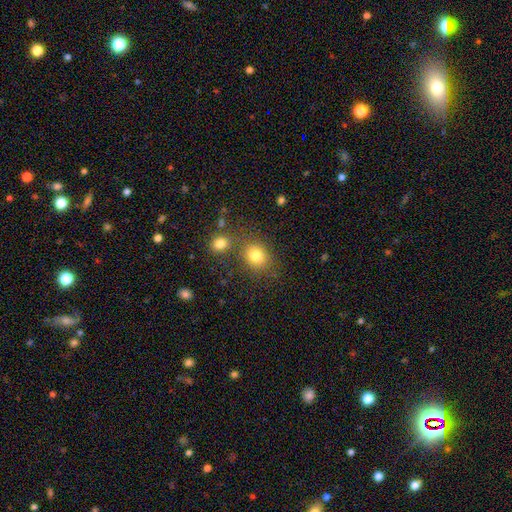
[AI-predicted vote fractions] Q: Smooth or featured?
A: smooth (79%); runner-up: star or artifact (13%)
Q: How rounded?
A: round (65%); runner-up: in between (34%)
Q: Merging?
A: none (69%); runner-up: merger (16%)